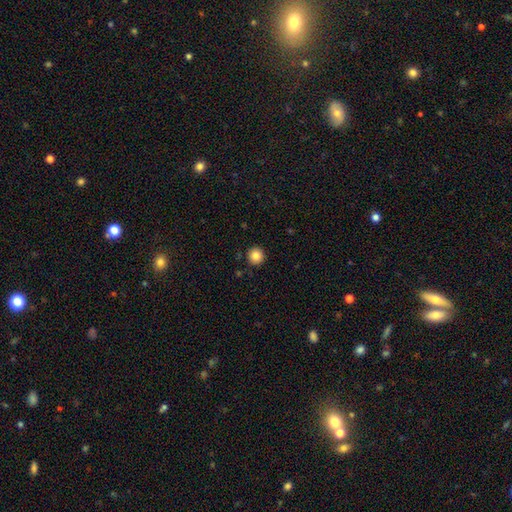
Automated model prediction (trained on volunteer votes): smooth_or_featured: smooth (p=0.84) [alt: star or artifact p=0.10]
how_rounded: round (p=0.95) [alt: in between p=0.04]
merging: none (p=0.92) [alt: minor disturbance p=0.05]